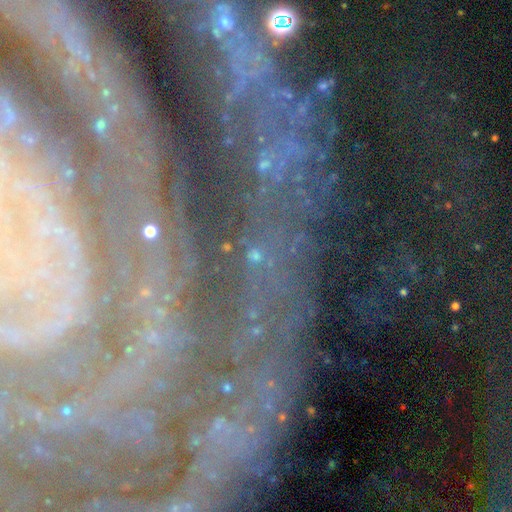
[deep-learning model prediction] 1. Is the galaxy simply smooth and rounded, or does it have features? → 66% star or artifact, 18% smooth, 16% featured or disk.